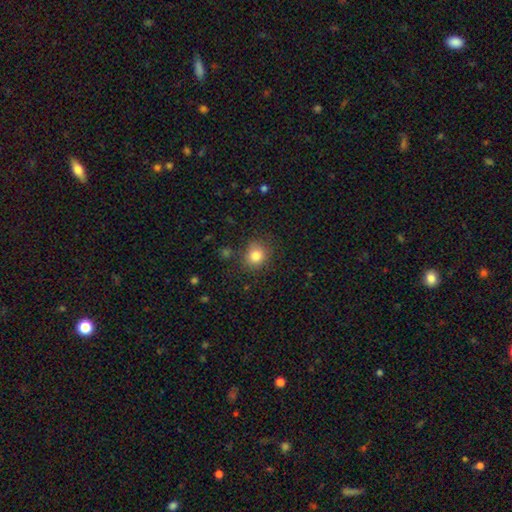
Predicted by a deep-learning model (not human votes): The model was most divided on "how rounded": round: 77%, in between: 22%, cigar-shaped: 1%. More confident: smooth or featured — smooth (83%); merging — none (78%).